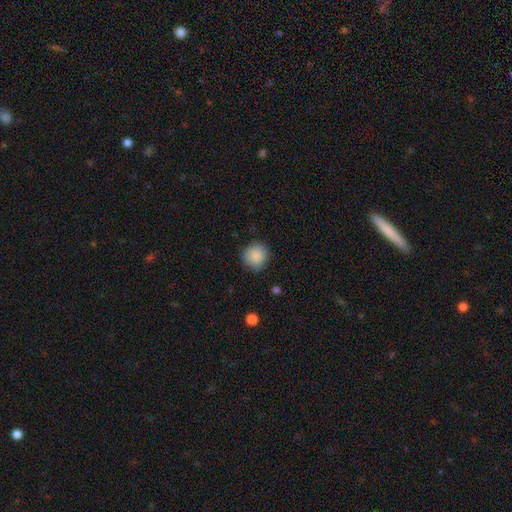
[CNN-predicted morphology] Smooth or featured?
  - smooth: 88% *
  - star or artifact: 8%
  - featured or disk: 3%
How rounded?
  - round: 92% *
  - in between: 7%
  - cigar-shaped: 1%
Merging?
  - none: 85% *
  - minor disturbance: 11%
  - major disturbance: 3%
  - merger: 1%